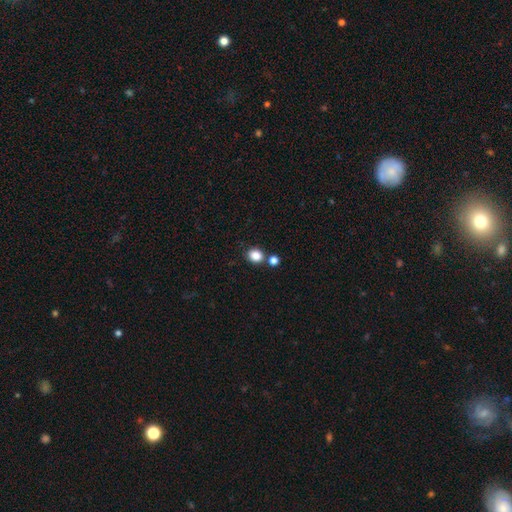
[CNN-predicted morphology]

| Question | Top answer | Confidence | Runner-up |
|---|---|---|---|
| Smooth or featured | smooth | 85% | star or artifact (11%) |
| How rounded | round | 67% | in between (32%) |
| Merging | none | 72% | merger (16%) |